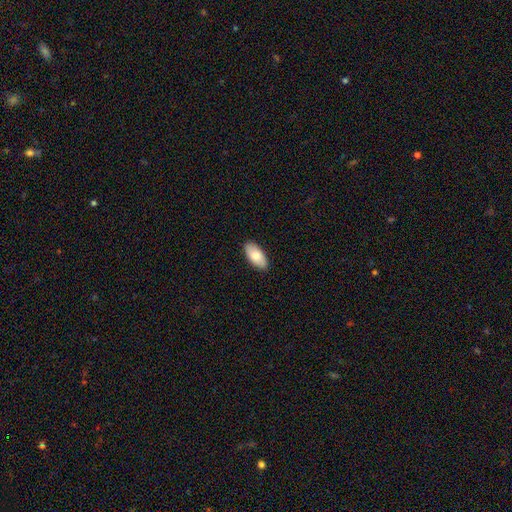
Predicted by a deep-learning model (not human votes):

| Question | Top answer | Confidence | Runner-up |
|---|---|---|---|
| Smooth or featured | smooth | 81% | featured or disk (13%) |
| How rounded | in between | 93% | cigar-shaped (5%) |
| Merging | none | 90% | minor disturbance (8%) |